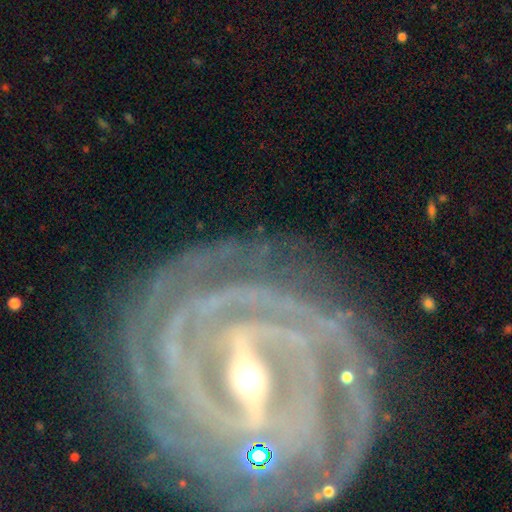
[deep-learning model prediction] smooth-or-featured: featured or disk: 90% | star or artifact: 6% | smooth: 4%
  disk-edge-on: no: 93% | yes: 7%
    bar: strong: 74% | weak: 17% | no: 9%
    has-spiral-arms: yes: 95% | no: 5%
      spiral-winding: tight: 79% | medium: 17% | loose: 4%
      spiral-arm-count: 2: 22% | can't tell: 20% | 4: 18% | 3: 18% | more than 4: 14% | 1: 8%
    bulge-size: moderate: 53% | small: 41% | large: 4% | dominant: 1% | none: 1%
  merging: none: 76% | minor disturbance: 14% | major disturbance: 7% | merger: 3%